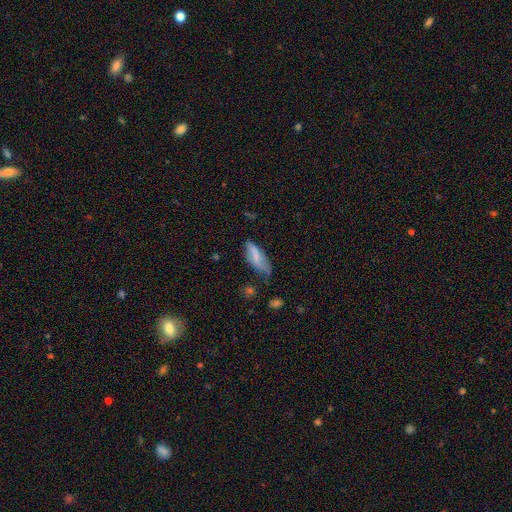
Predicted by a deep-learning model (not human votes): Morphology: type=smooth (64%); roundness=in between (69%); merging=none (49%).